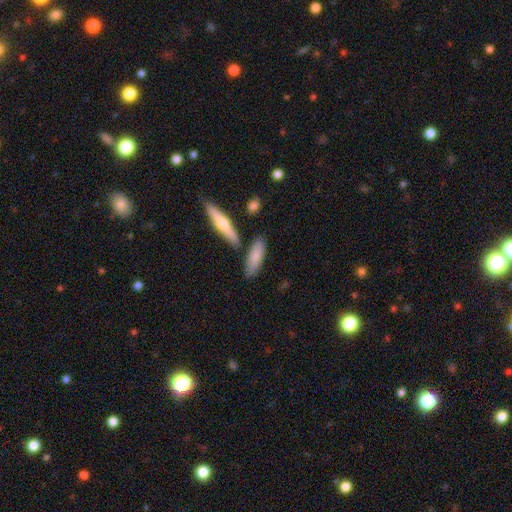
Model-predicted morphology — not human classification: Smooth or featured? smooth (78%)
How rounded? in between (55%)
Merging? none (75%)